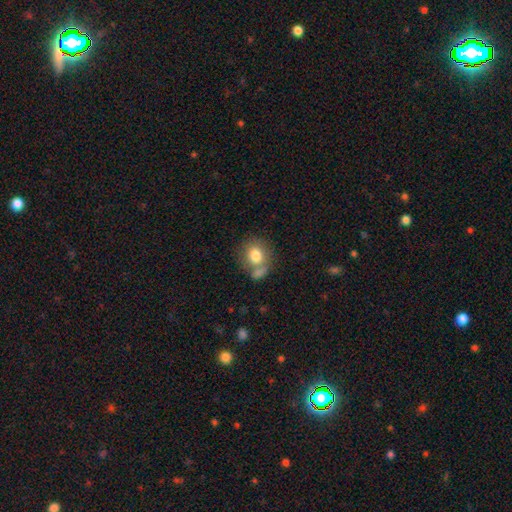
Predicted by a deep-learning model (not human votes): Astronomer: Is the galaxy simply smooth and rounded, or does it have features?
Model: smooth — 78%.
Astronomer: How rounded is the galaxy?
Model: round — 71%.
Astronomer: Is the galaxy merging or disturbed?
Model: none — 48% (runner-up: merger, 32%).